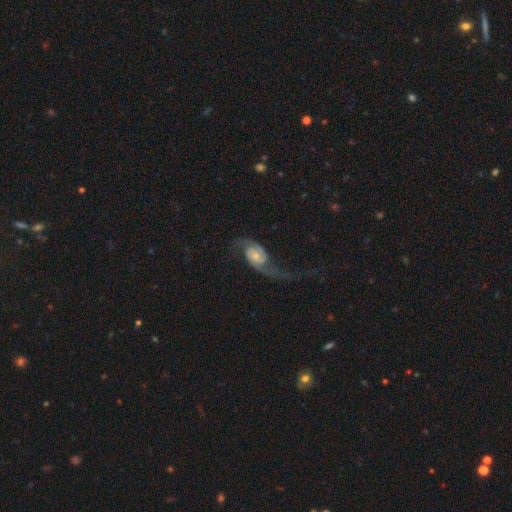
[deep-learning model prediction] This is likely a featured or disk galaxy (80%). It is clearly not viewed edge-on (96%). Bar: possibly no (60%). Spiral arm pattern: clearly yes (94%). Spiral arm count: clearly 2 (90%). Spiral winding: likely loose (71%). Central bulge: possibly moderate (48%). Merging: marginally none (45%).